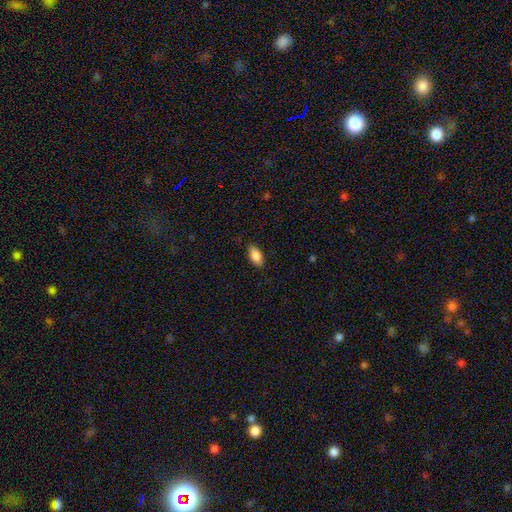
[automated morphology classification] A smooth galaxy with no disk features (87%) that is in between round and cigar-shaped (91%). Merging: none (84%).